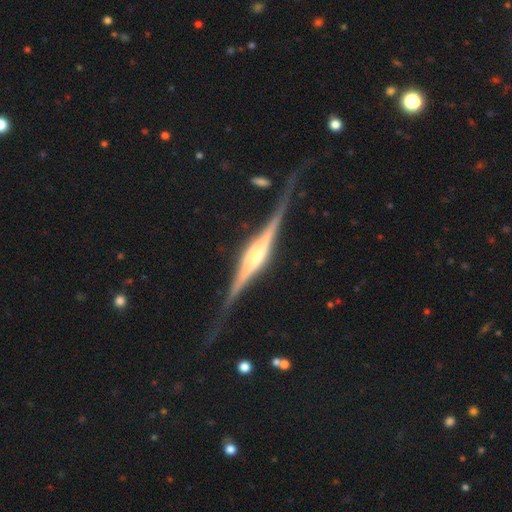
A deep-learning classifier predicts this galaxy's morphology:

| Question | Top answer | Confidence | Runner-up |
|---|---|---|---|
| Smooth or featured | featured or disk | 87% | smooth (8%) |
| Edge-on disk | yes | 98% | no (2%) |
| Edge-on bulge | rounded | 75% | boxy (20%) |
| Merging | none | 84% | minor disturbance (11%) |